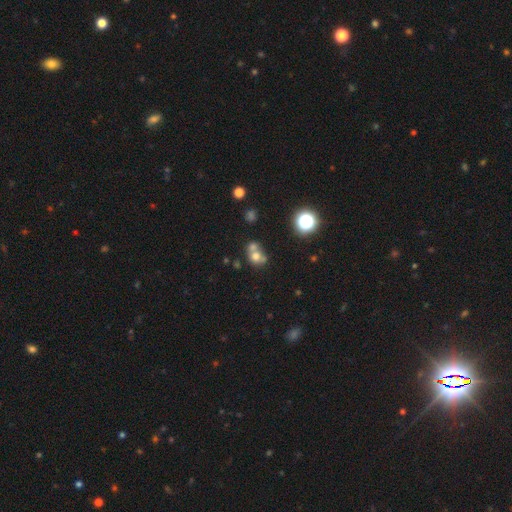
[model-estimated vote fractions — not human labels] Smooth or featured?
  - smooth: 67% *
  - featured or disk: 17%
  - star or artifact: 16%
How rounded?
  - round: 66% *
  - in between: 33%
  - cigar-shaped: 1%
Merging?
  - merger: 55% *
  - none: 32%
  - minor disturbance: 9%
  - major disturbance: 5%